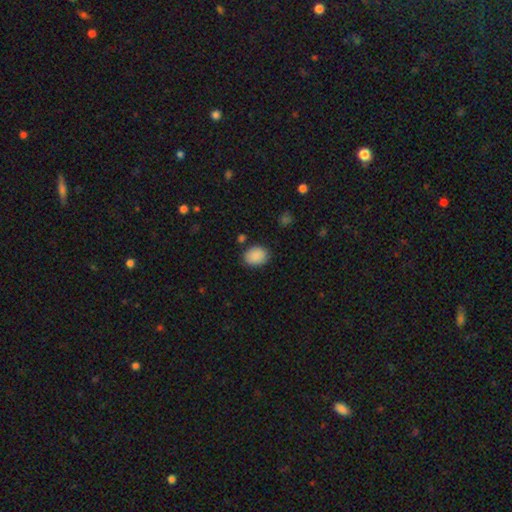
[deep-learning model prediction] A smooth galaxy with no disk features (89%) that is in between round and cigar-shaped (60%). Merging: none (82%).